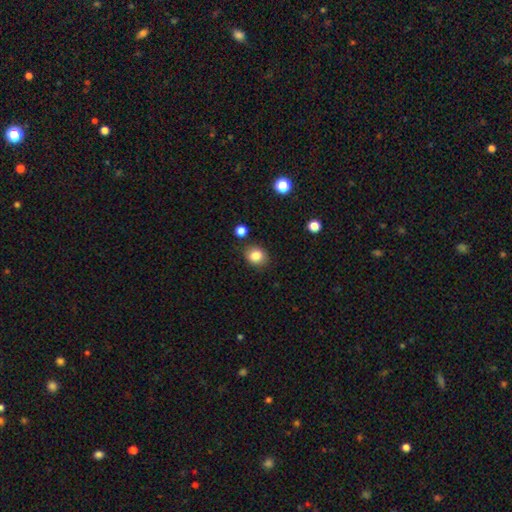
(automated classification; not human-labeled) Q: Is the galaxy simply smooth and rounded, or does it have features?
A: smooth — 84%.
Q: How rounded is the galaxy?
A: round — 65%.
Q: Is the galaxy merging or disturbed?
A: none — 83%.